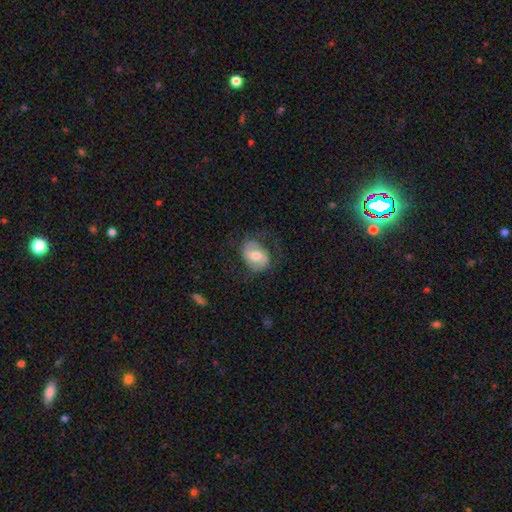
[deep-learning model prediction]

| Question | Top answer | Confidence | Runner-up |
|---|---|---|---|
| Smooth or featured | featured or disk | 47% | smooth (46%) |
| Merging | none | 62% | minor disturbance (20%) |